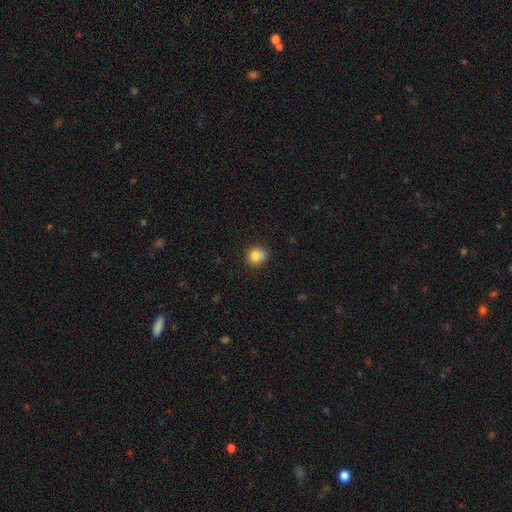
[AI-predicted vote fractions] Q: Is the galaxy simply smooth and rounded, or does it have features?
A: smooth — 83%.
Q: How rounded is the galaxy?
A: round — 79%.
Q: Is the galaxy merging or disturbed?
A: none — 71%.